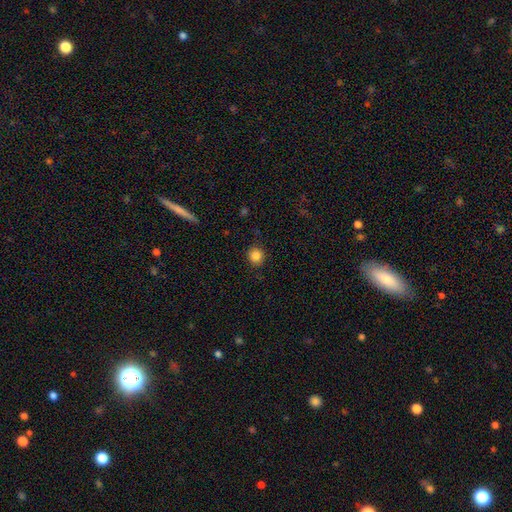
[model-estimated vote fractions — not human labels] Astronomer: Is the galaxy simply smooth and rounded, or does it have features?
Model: smooth — 86%.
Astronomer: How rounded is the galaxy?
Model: round — 89%.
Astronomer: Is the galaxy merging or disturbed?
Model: none — 89%.